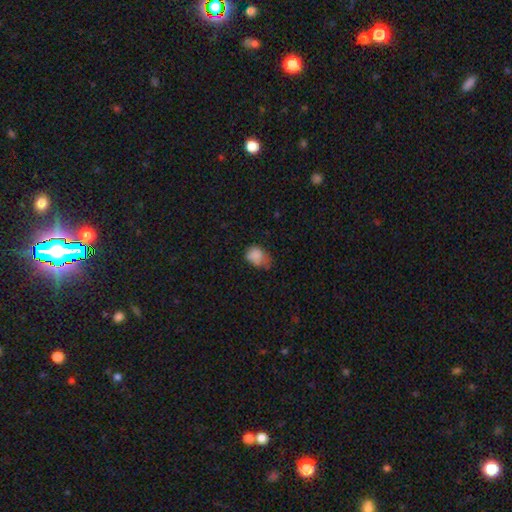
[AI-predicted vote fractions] A smooth galaxy with no disk features (80%) that is in between round and cigar-shaped (63%). Merging: minor disturbance (41%).